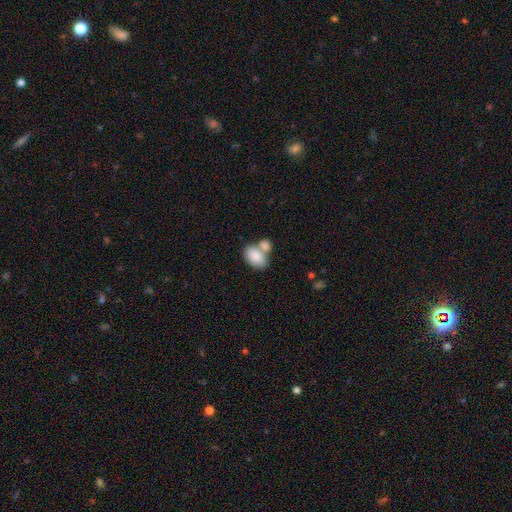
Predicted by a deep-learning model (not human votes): Smooth or featured: smooth — 85% (featured or disk — 9%)
How rounded: in between — 90% (round — 9%)
Merging: merger — 51% (none — 34%)